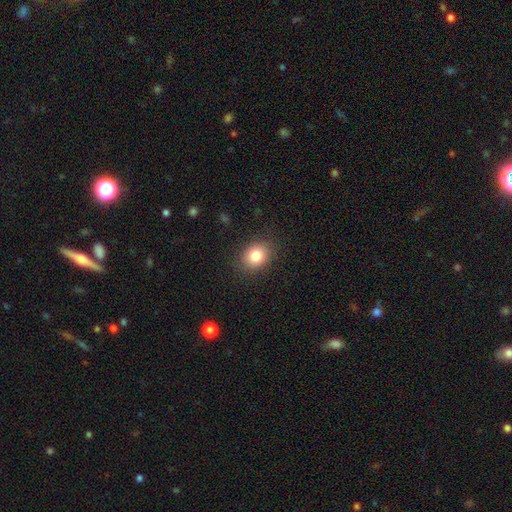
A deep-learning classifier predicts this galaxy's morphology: smooth_or_featured: smooth (p=0.83) [alt: star or artifact p=0.10]
how_rounded: round (p=0.50) [alt: in between p=0.49]
merging: none (p=0.86) [alt: minor disturbance p=0.09]